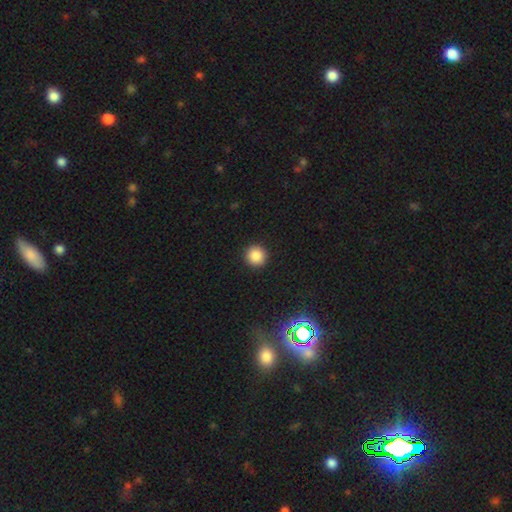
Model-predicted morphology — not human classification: A smooth galaxy with no disk features (86%) that is round (95%).

Vote fractions:
- Smooth or featured? smooth: 86% / star or artifact: 10% / featured or disk: 3%
- How rounded? round: 95% / in between: 4% / cigar-shaped: 1%
- Merging? none: 93% / minor disturbance: 5% / major disturbance: 2% / merger: 1%